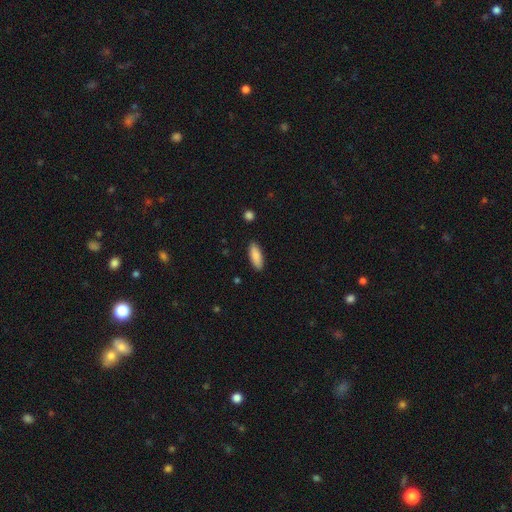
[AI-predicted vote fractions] This is clearly a smooth galaxy (88%). How rounded: likely in between (65%). Merging: clearly none (88%).